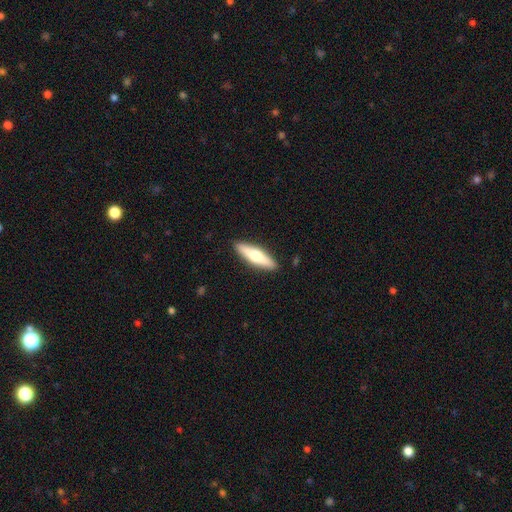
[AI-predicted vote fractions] smooth-or-featured: smooth: 56% | featured or disk: 39% | star or artifact: 5%
  how-rounded: cigar-shaped: 69% | in between: 29% | round: 2%
  merging: none: 90% | minor disturbance: 8% | major disturbance: 2% | merger: 1%